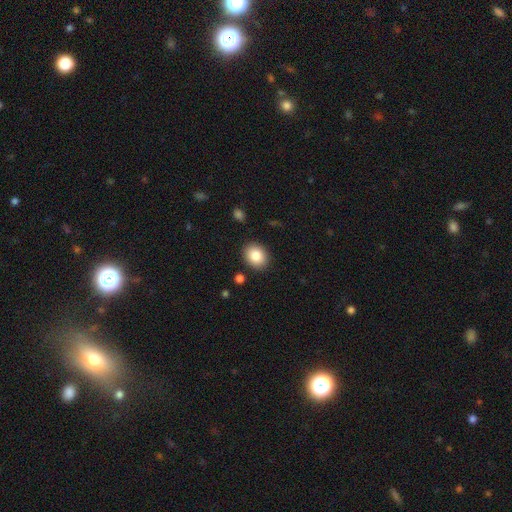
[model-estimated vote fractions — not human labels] Morphology: type=smooth (85%); roundness=round (50%); merging=none (88%).